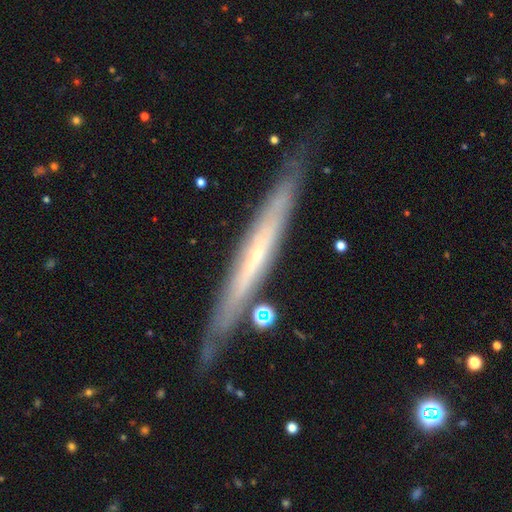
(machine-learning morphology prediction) Smooth or featured? featured or disk (69%)
Edge-on disk? yes (89%)
Edge-on bulge? none (69%)
Merging? none (81%)